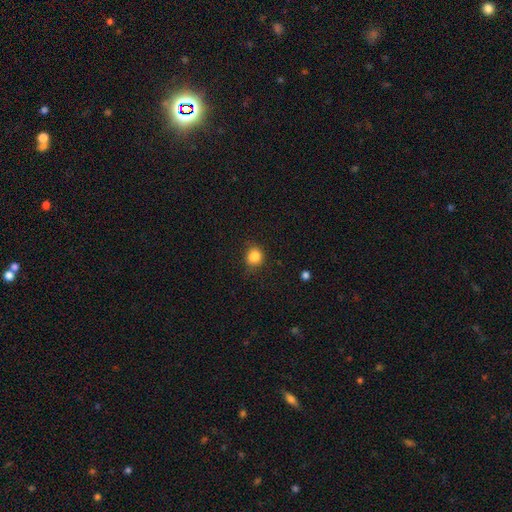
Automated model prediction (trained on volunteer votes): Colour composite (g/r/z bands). It shows a smooth galaxy with no disk features (85%) that is round (72%). Merging: none (74%).